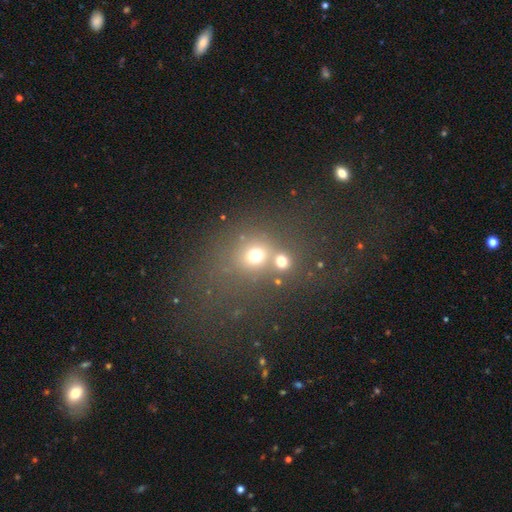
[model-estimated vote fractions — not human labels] Morphology: type=smooth (66%); roundness=round (78%); merging=none (45%).